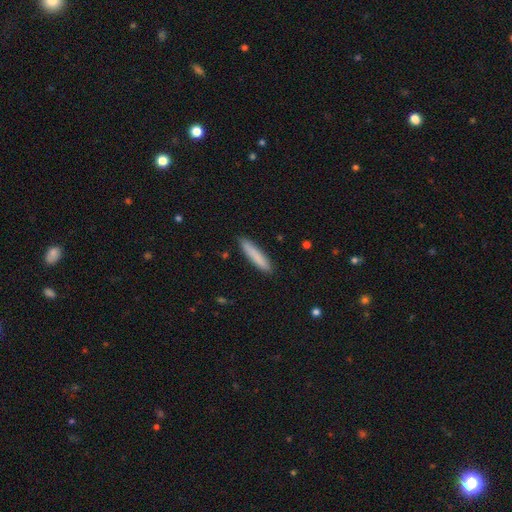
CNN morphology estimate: type=smooth (83%); roundness=cigar-shaped (90%); merging=none (89%).